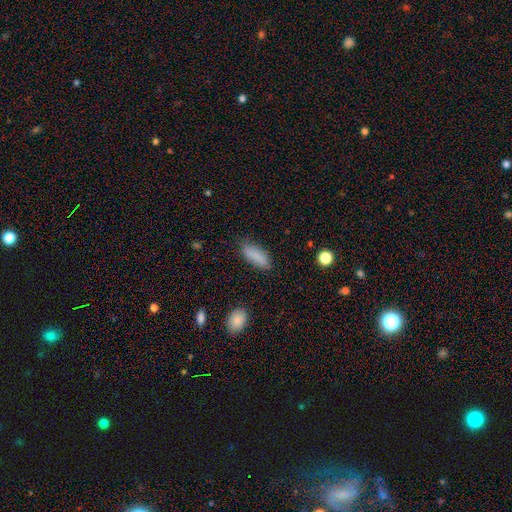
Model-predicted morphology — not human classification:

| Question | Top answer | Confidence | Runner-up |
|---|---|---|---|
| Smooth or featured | smooth | 84% | featured or disk (8%) |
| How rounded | in between | 59% | cigar-shaped (38%) |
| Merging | none | 76% | minor disturbance (17%) |